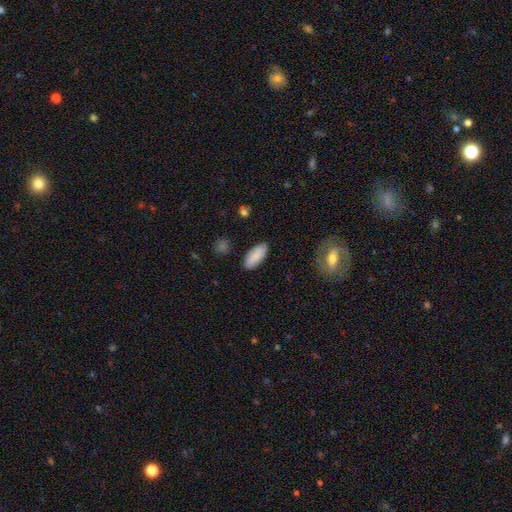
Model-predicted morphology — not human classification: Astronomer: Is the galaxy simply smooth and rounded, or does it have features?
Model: smooth — 88%.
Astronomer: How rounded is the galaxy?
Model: in between — 82%.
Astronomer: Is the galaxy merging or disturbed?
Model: none — 87%.